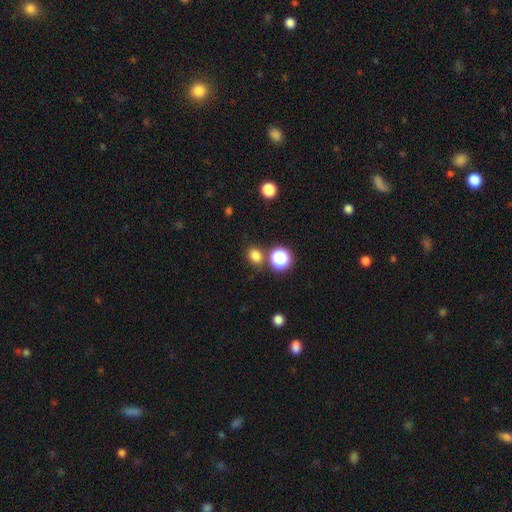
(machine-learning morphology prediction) smooth_or_featured: smooth (p=0.78) [alt: star or artifact p=0.17]
how_rounded: round (p=0.59) [alt: in between p=0.40]
merging: none (p=0.75) [alt: merger p=0.11]